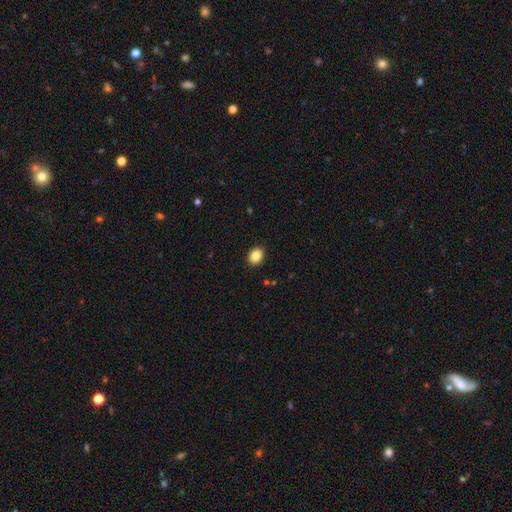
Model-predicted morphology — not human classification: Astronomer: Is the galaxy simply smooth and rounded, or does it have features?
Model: smooth — 87%.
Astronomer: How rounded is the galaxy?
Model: in between — 55% (runner-up: round, 44%).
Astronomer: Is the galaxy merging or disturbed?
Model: none — 90%.